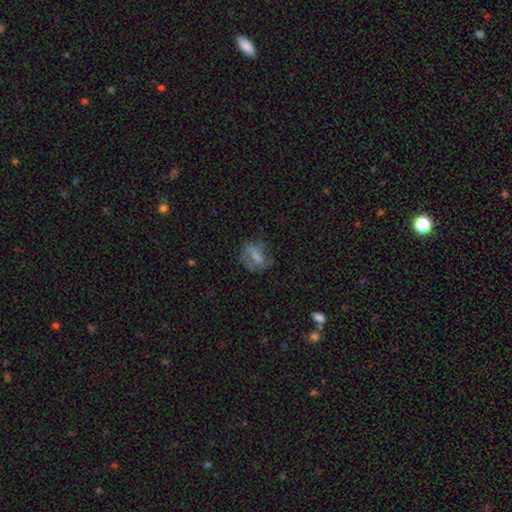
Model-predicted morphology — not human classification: Smooth or featured: smooth — 49% (featured or disk — 38%)
Merging: none — 48% (major disturbance — 26%)